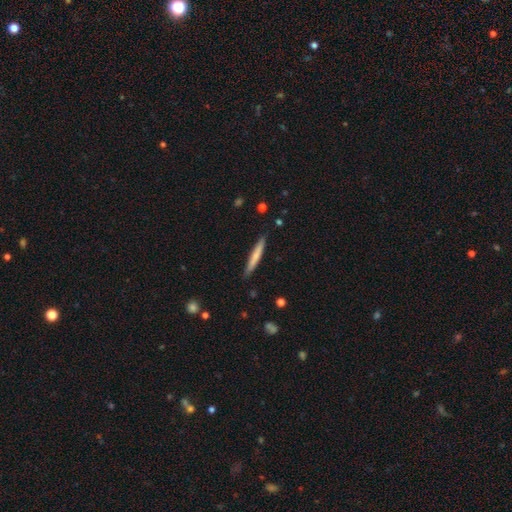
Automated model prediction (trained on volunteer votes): A smooth galaxy with no disk features (67%) that is cigar-shaped (95%). Merging: none (88%).